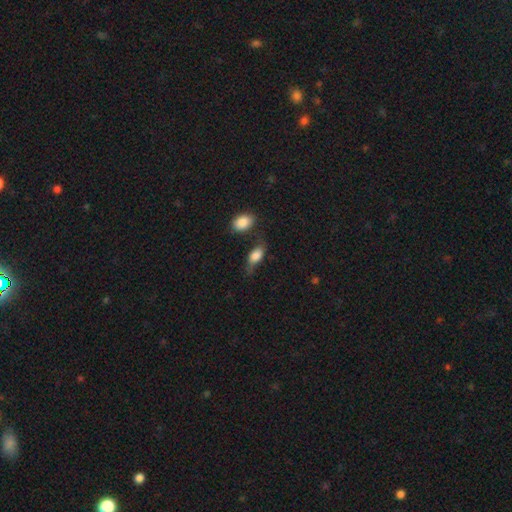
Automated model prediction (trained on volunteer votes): Q: Smooth or featured?
A: smooth (74%); runner-up: featured or disk (18%)
Q: How rounded?
A: in between (83%); runner-up: cigar-shaped (9%)
Q: Merging?
A: none (49%); runner-up: minor disturbance (28%)